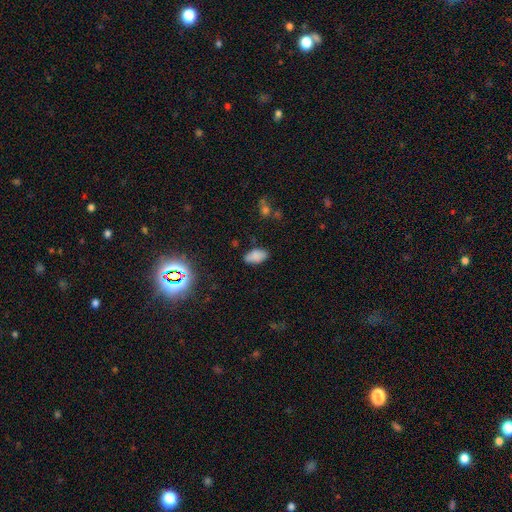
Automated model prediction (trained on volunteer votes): Smooth or featured: smooth — 81% (star or artifact — 10%)
How rounded: in between — 93% (round — 4%)
Merging: none — 75% (minor disturbance — 18%)